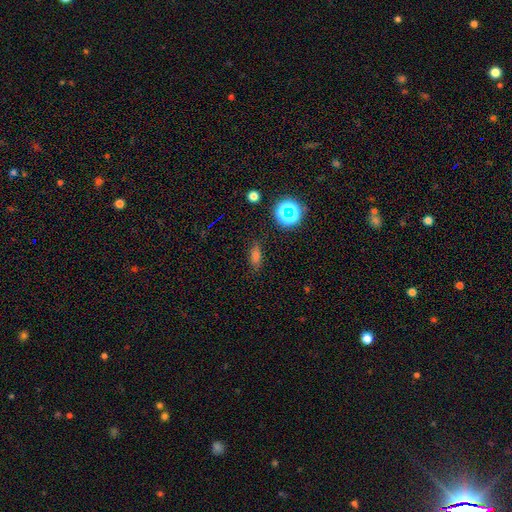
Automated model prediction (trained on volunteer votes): Smooth or featured? smooth (67%)
How rounded? in between (68%)
Merging? none (82%)